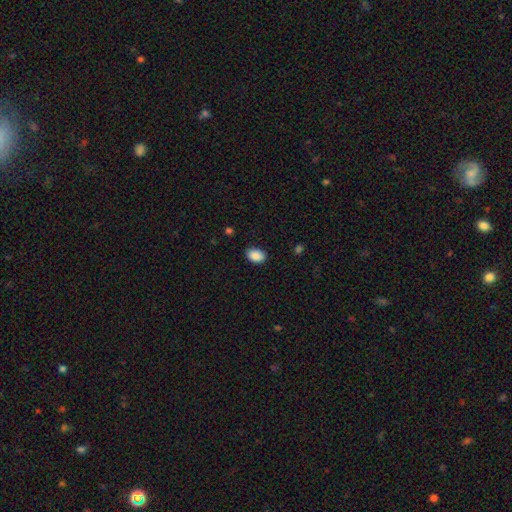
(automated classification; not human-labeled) smooth 89%, star or artifact 7%, featured or disk 3%. Down the decision tree: how rounded — in between (87%); merging — none (84%).